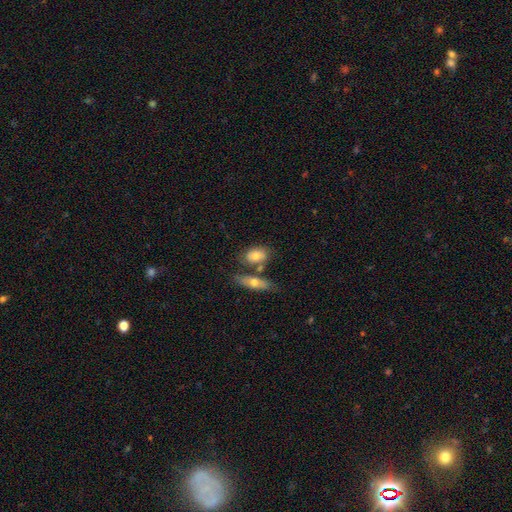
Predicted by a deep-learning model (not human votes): This appears to be a smooth galaxy with no disk features (71%) that is in between round and cigar-shaped (81%). Merging: none (49%).